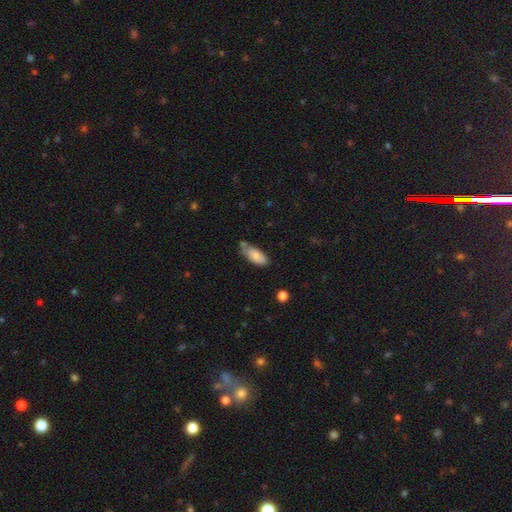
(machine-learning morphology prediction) smooth 80%, featured or disk 14%, star or artifact 7%. Down the decision tree: how rounded — in between (83%); merging — none (60%).